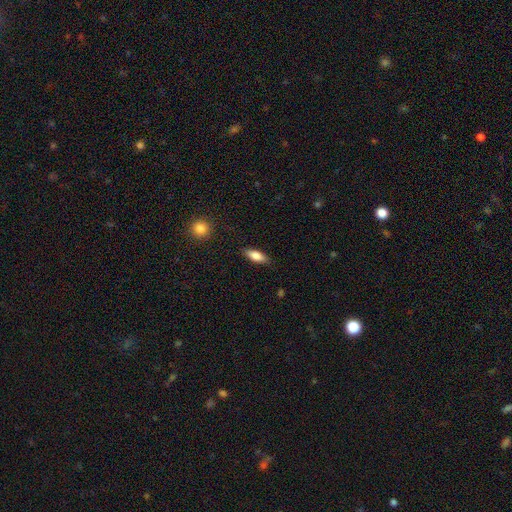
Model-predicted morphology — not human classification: Smooth or featured?
  - smooth: 79% *
  - featured or disk: 15%
  - star or artifact: 7%
How rounded?
  - in between: 68% *
  - cigar-shaped: 29%
  - round: 3%
Merging?
  - none: 86% *
  - minor disturbance: 10%
  - major disturbance: 2%
  - merger: 1%